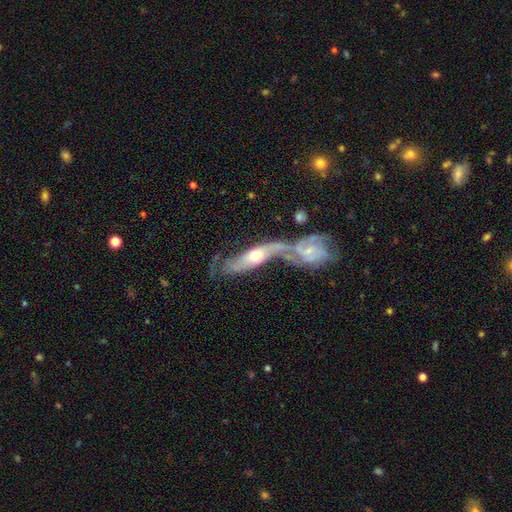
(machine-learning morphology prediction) type=featured or disk (70%); edge-on=no (69%); merging=merger (64%).